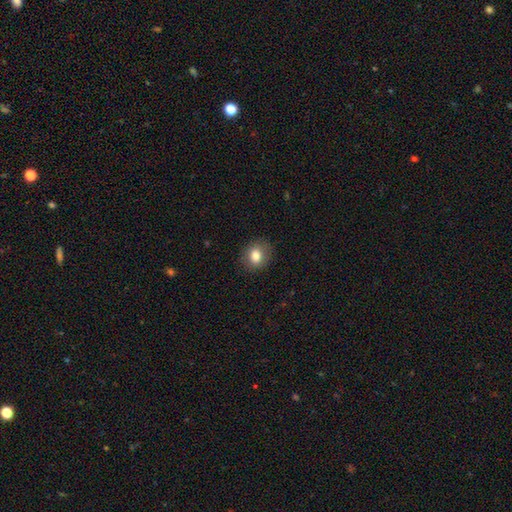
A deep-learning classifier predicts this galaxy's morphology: Overall: smooth (81%). How rounded: round (63%; in between 36%). Merging: none (86%).